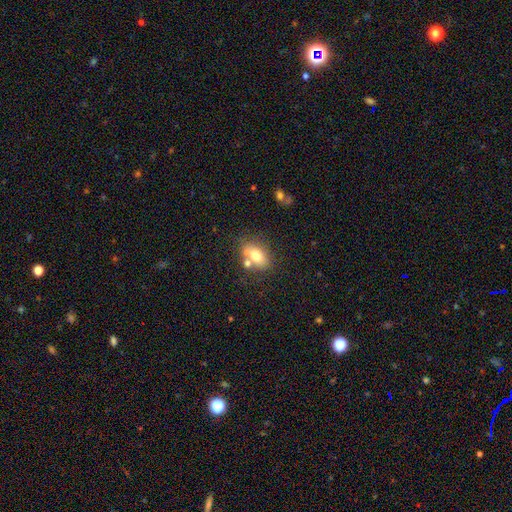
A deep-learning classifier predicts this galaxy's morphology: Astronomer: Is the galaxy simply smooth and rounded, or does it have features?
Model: smooth — 72%.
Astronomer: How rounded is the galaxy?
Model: in between — 83%.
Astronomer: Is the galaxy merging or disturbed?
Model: none — 55%.